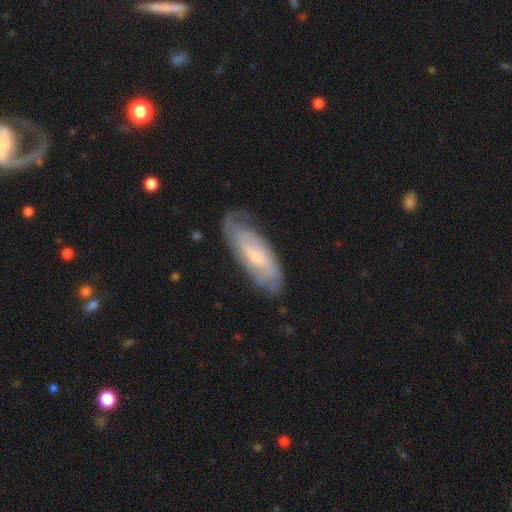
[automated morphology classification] Smooth or featured: featured or disk — 55% (smooth — 38%)
Edge-on disk: no — 81% (yes — 19%)
Merging: none — 66% (minor disturbance — 25%)